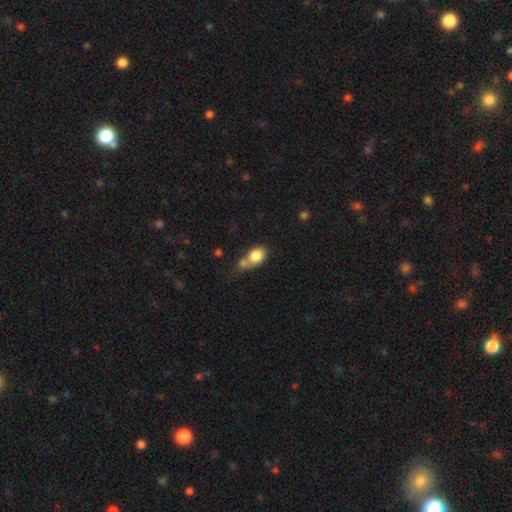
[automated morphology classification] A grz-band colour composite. It shows a smooth galaxy with no disk features (80%) that is in between round and cigar-shaped (59%). Merging: merger (44%).